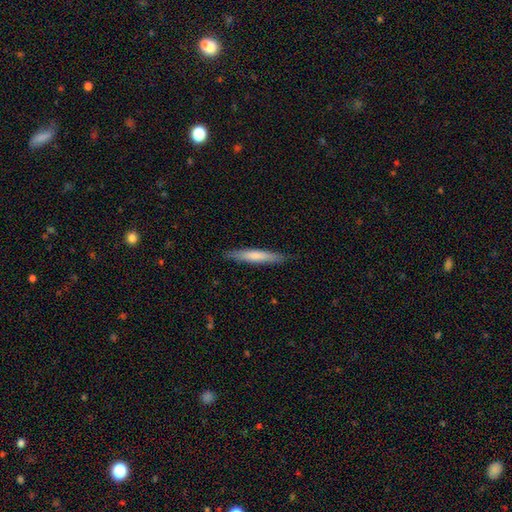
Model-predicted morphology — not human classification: Smooth or featured: smooth — 68% (featured or disk — 27%)
How rounded: cigar-shaped — 92% (in between — 6%)
Merging: none — 87% (minor disturbance — 10%)